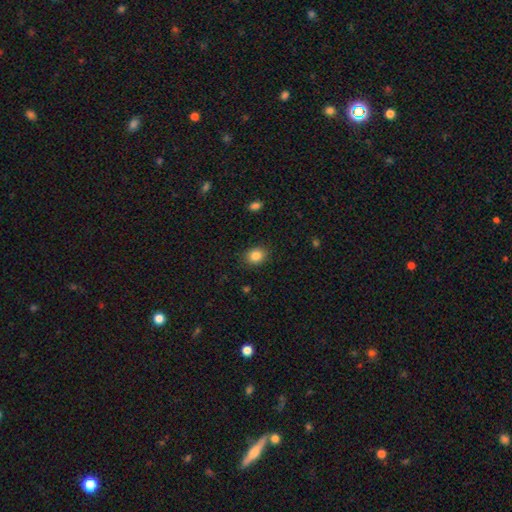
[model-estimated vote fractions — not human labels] Smooth or featured? smooth (85%)
How rounded? round (50%)
Merging? none (88%)